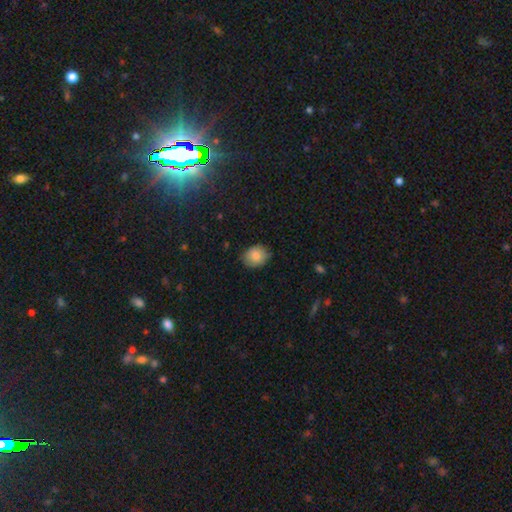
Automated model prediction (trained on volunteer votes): A smooth galaxy with no disk features (85%) that is in between round and cigar-shaped (54%).

Vote fractions:
- Smooth or featured? smooth: 85% / featured or disk: 8% / star or artifact: 7%
- How rounded? in between: 54% / round: 45% / cigar-shaped: 1%
- Merging? none: 79% / minor disturbance: 17% / major disturbance: 3% / merger: 1%